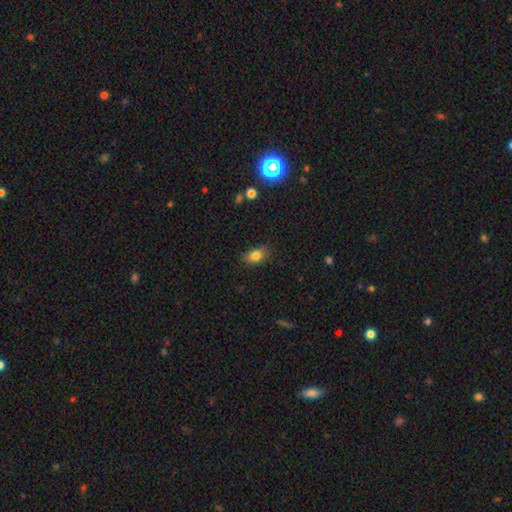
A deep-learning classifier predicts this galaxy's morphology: smooth-or-featured: smooth: 82% | star or artifact: 10% | featured or disk: 8%
  how-rounded: in between: 80% | round: 18% | cigar-shaped: 3%
  merging: none: 81% | minor disturbance: 15% | major disturbance: 3% | merger: 1%